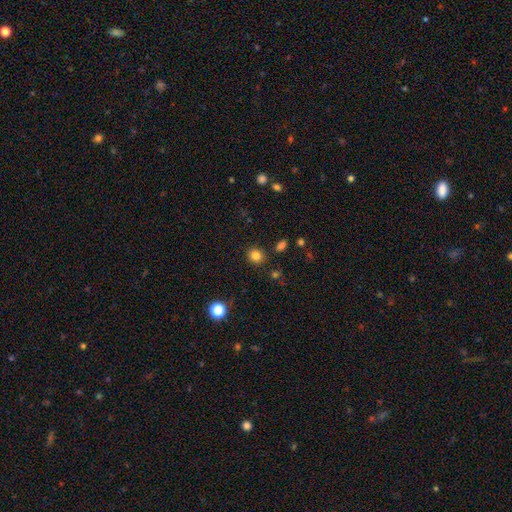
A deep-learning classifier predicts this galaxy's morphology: This appears to be a smooth galaxy with no disk features (83%) that is round (79%). Merging: none (87%).